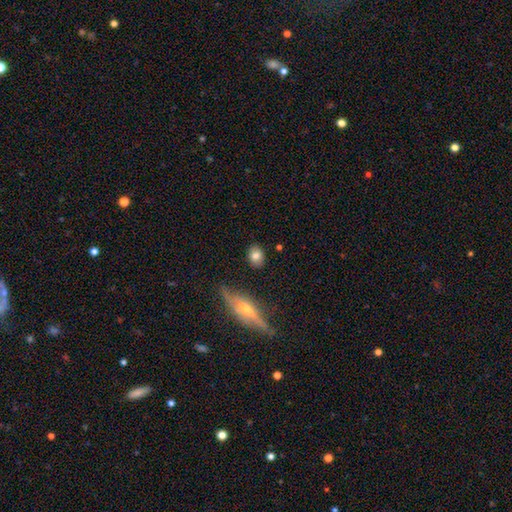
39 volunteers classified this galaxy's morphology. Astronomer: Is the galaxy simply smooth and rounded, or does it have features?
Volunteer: smooth — 77%.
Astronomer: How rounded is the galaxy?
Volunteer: in between — 43% (runner-up: round, 40%).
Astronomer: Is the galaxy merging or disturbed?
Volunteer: none — 68%.